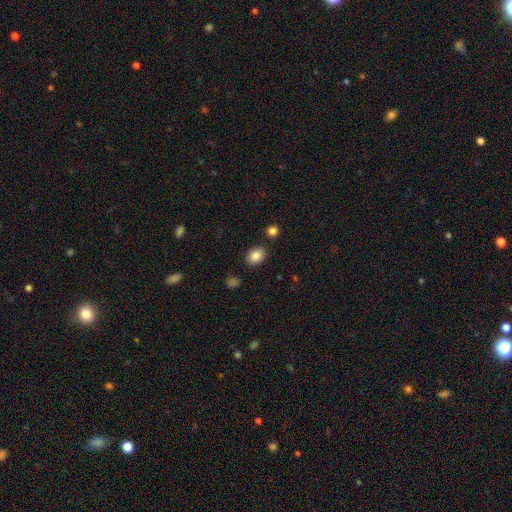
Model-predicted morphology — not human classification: smooth-or-featured: smooth: 86% | star or artifact: 9% | featured or disk: 5%
  how-rounded: in between: 62% | round: 37% | cigar-shaped: 1%
  merging: none: 85% | minor disturbance: 9% | merger: 3% | major disturbance: 3%